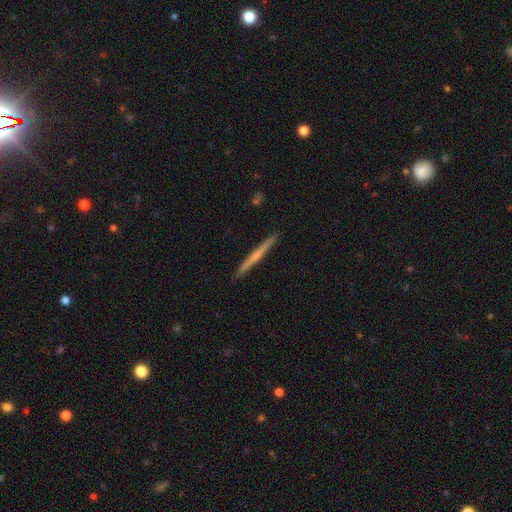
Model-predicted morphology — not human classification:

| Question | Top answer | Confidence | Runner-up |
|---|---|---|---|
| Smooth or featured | featured or disk | 52% | smooth (42%) |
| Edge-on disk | yes | 98% | no (2%) |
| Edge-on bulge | none | 70% | rounded (25%) |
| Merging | none | 93% | minor disturbance (5%) |